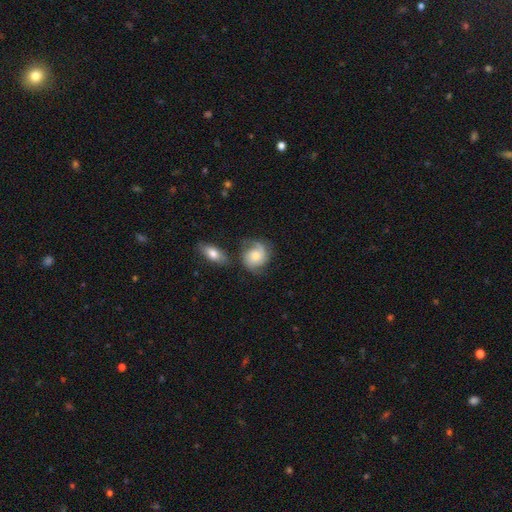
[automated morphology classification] This appears to be a featured or disk galaxy (50%). Merging: none (52%).